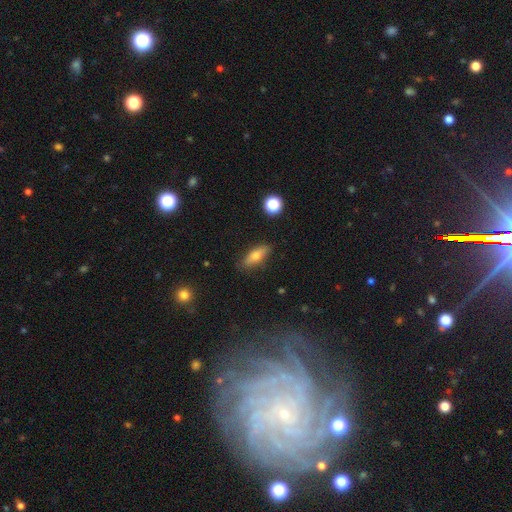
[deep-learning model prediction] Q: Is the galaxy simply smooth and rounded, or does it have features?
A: smooth — 65%.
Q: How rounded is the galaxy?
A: in between — 56%.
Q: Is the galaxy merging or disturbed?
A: none — 83%.